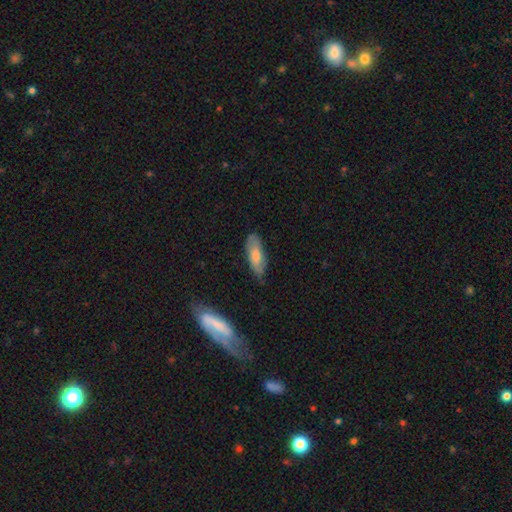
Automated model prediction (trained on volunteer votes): smooth_or_featured: smooth (p=0.67) [alt: featured or disk p=0.27]
how_rounded: in between (p=0.65) [alt: cigar-shaped p=0.33]
merging: none (p=0.70) [alt: minor disturbance p=0.24]